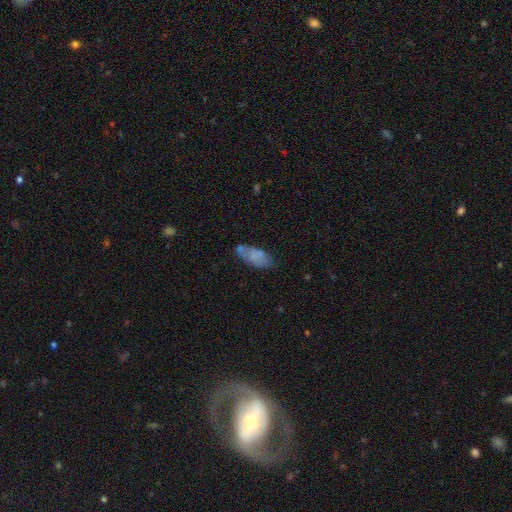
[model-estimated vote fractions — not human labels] Smooth or featured?
  - smooth: 65% *
  - featured or disk: 26%
  - star or artifact: 8%
How rounded?
  - in between: 86% *
  - cigar-shaped: 11%
  - round: 3%
Merging?
  - none: 54% *
  - minor disturbance: 25%
  - merger: 12%
  - major disturbance: 9%